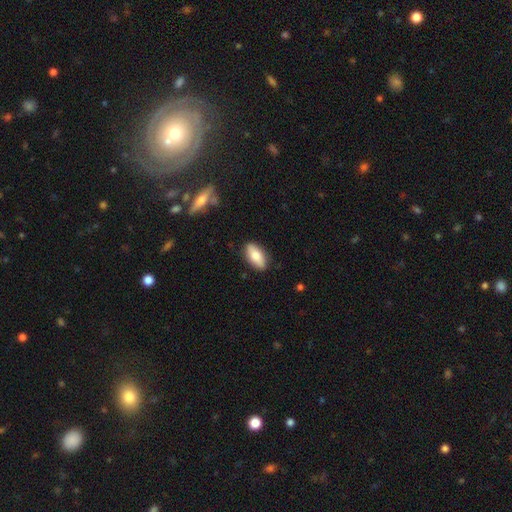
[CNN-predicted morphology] Overall: smooth (76%). How rounded: in between (85%). Merging: none (86%).